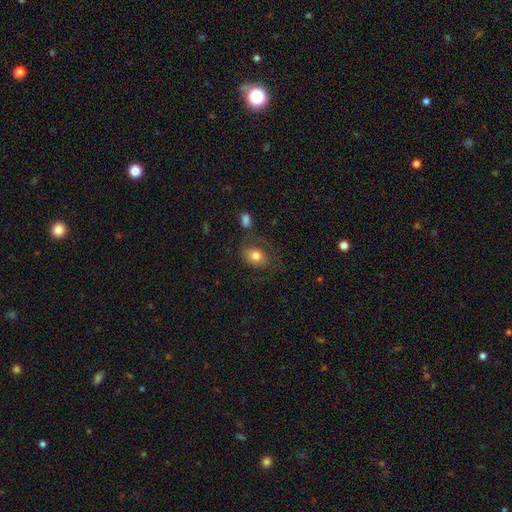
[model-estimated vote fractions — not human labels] Q: Smooth or featured?
A: smooth (72%); runner-up: featured or disk (19%)
Q: How rounded?
A: in between (68%); runner-up: round (31%)
Q: Merging?
A: none (52%); runner-up: minor disturbance (22%)